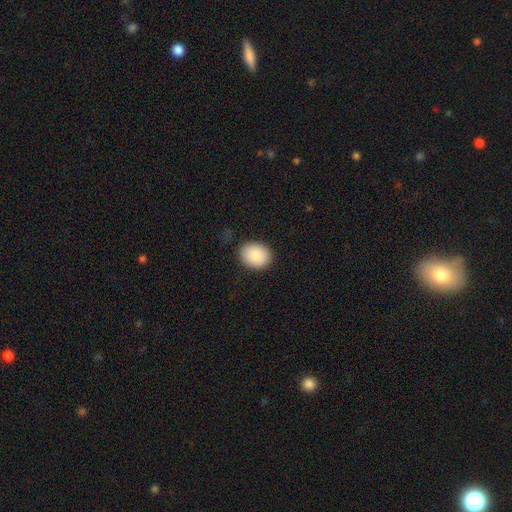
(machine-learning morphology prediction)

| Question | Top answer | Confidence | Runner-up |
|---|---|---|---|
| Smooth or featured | smooth | 88% | star or artifact (7%) |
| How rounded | round | 51% | in between (48%) |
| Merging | none | 85% | minor disturbance (11%) |